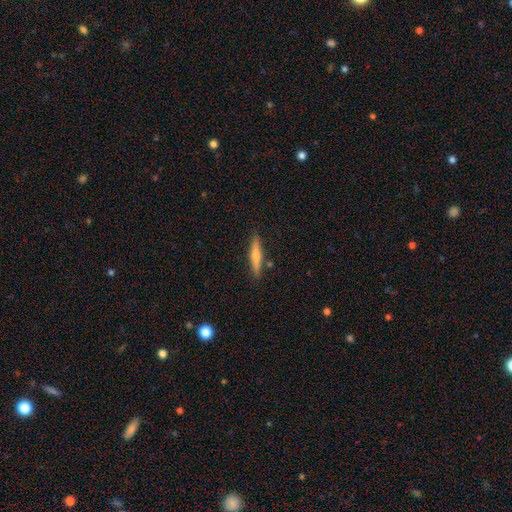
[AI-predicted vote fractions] Morphology: type=featured or disk (51%); edge-on=yes (95%); merging=none (88%).